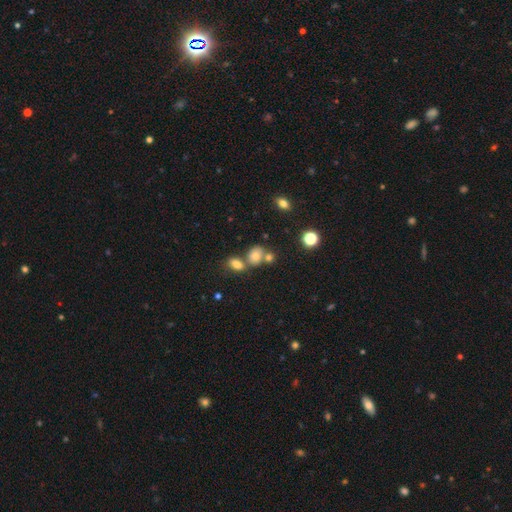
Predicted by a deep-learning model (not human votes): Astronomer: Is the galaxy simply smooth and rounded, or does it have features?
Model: smooth — 74%.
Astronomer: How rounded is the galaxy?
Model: in between — 51% (runner-up: round, 48%).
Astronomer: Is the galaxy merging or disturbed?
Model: none — 47% (runner-up: merger, 37%).